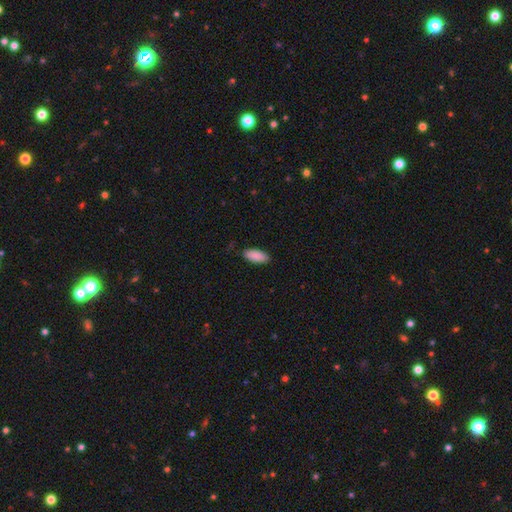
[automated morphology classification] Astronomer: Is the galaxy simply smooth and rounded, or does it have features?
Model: smooth — 90%.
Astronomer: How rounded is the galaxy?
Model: in between — 88%.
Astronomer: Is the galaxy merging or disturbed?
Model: none — 85%.